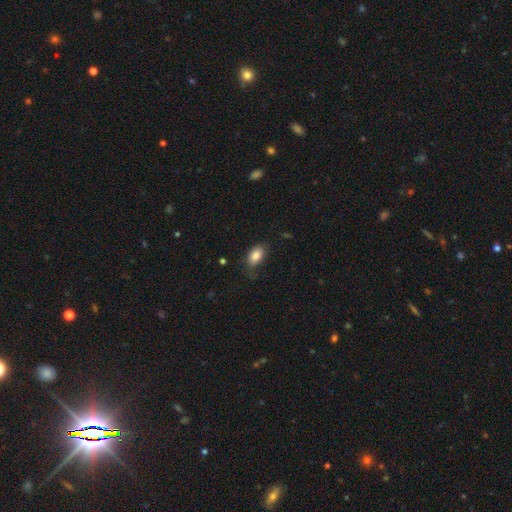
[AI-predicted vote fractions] A smooth galaxy with no disk features (84%) that is in between round and cigar-shaped (90%). Merging: none (69%).